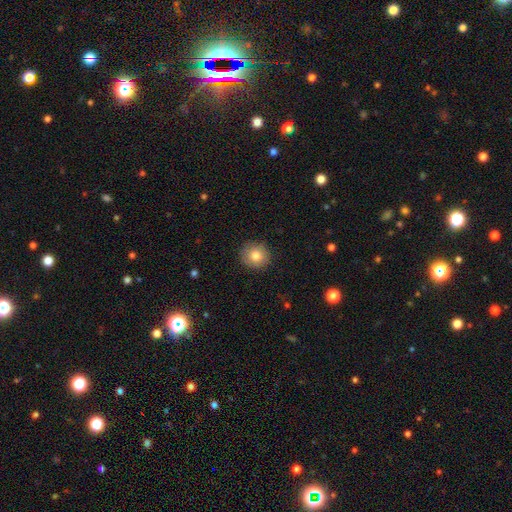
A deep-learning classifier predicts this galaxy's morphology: This is clearly a smooth galaxy (82%). How rounded: clearly round (90%). Merging: clearly none (89%).